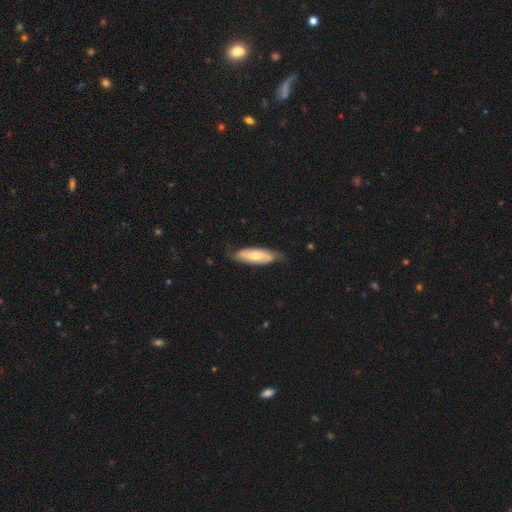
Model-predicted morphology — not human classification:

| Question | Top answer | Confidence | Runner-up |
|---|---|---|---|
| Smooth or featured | smooth | 50% | featured or disk (44%) |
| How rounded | in between | 63% | cigar-shaped (36%) |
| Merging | none | 68% | minor disturbance (25%) |